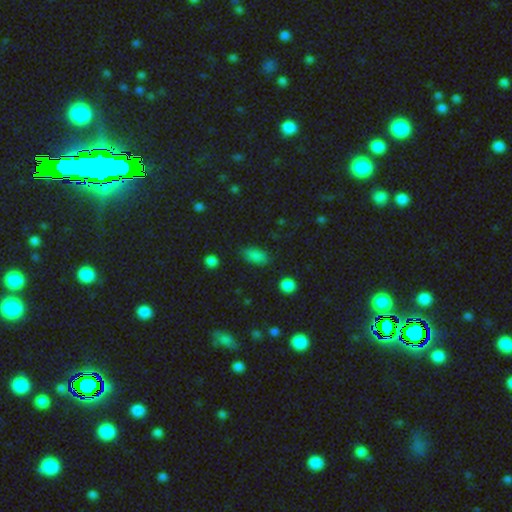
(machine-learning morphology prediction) Smooth or featured: smooth — 82% (star or artifact — 13%)
How rounded: in between — 88% (round — 6%)
Merging: none — 77% (minor disturbance — 17%)